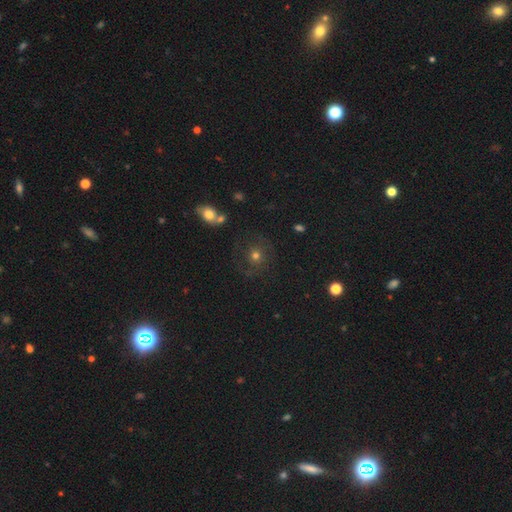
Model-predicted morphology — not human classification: A smooth galaxy with no disk features (52%) that is round (87%).

Vote fractions:
- Smooth or featured? smooth: 52% / featured or disk: 28% / star or artifact: 20%
- How rounded? round: 87% / in between: 12% / cigar-shaped: 1%
- Merging? none: 71% / minor disturbance: 14% / major disturbance: 10% / merger: 5%